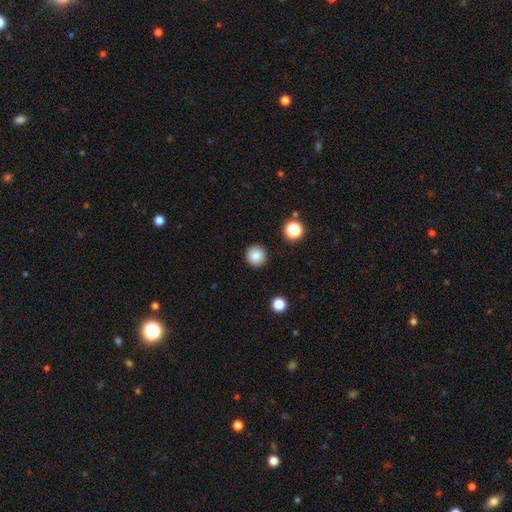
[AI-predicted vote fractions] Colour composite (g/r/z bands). It shows a smooth galaxy with no disk features (86%) that is round (95%). Merging: none (92%).